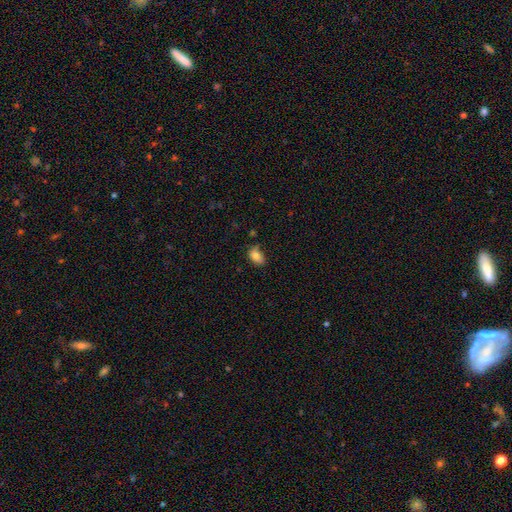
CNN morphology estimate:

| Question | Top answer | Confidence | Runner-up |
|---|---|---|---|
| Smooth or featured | smooth | 82% | featured or disk (10%) |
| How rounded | in between | 87% | round (11%) |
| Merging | none | 65% | minor disturbance (26%) |